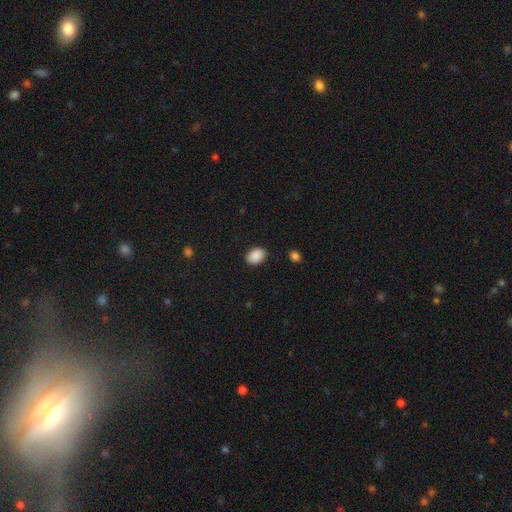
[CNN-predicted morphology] Smooth or featured? Predicted: smooth (p=0.90). How rounded? Predicted: in between (p=0.77). Merging? Predicted: none (p=0.88).